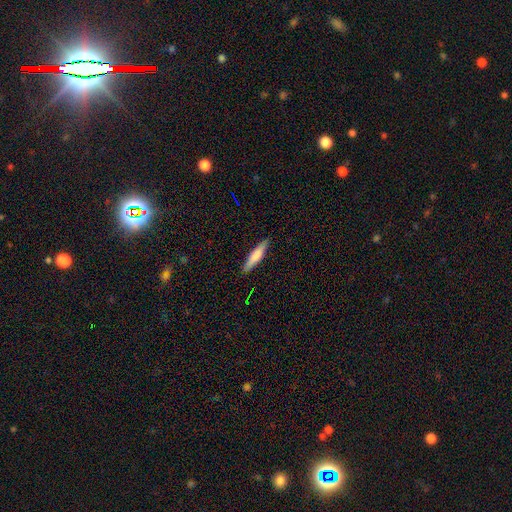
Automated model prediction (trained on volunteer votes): Q: Smooth or featured?
A: smooth (73%); runner-up: featured or disk (21%)
Q: How rounded?
A: cigar-shaped (85%); runner-up: in between (14%)
Q: Merging?
A: none (89%); runner-up: minor disturbance (8%)